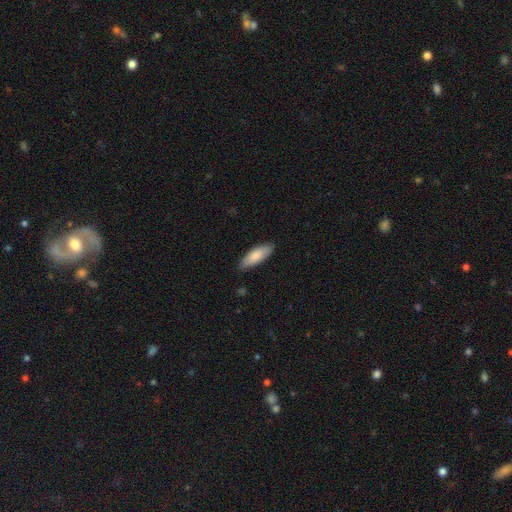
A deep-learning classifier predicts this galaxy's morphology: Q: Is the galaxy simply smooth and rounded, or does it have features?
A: smooth — 84%.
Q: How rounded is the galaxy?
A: in between — 62%.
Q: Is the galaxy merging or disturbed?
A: none — 86%.